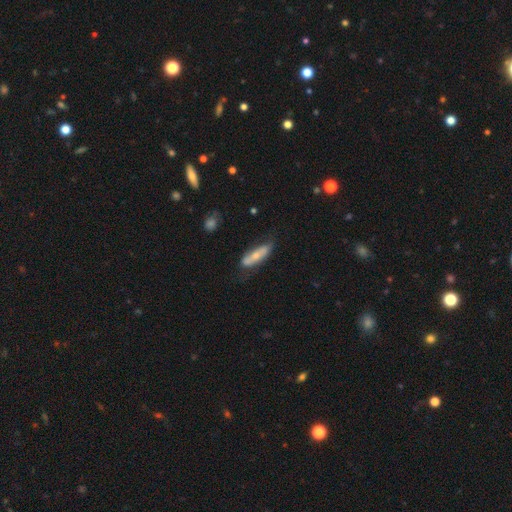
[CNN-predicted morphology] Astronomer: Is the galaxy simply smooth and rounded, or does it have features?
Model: smooth — 54% (runner-up: featured or disk, 40%).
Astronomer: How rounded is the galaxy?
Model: cigar-shaped — 53% (runner-up: in between, 45%).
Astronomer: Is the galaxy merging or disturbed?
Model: none — 57%.